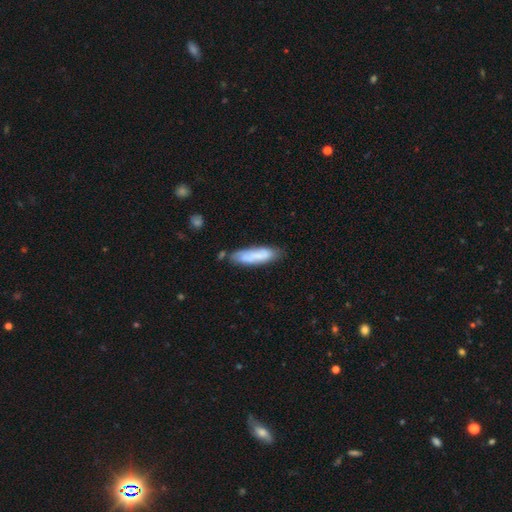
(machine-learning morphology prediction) This is likely a smooth galaxy (76%). How rounded: likely cigar-shaped (67%). Merging: likely none (68%).